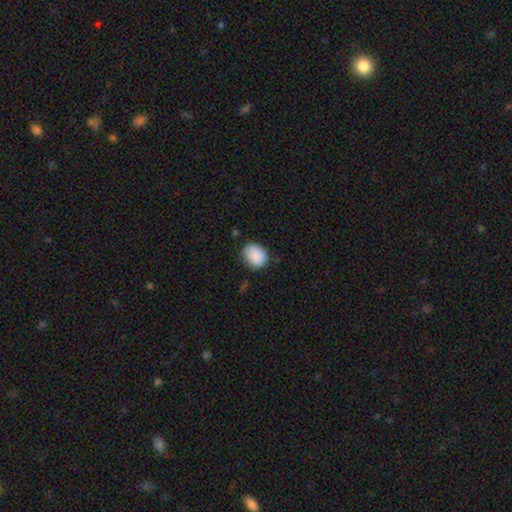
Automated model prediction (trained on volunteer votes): smooth-or-featured: smooth: 88% | star or artifact: 8% | featured or disk: 4%
  how-rounded: in between: 51% | round: 48% | cigar-shaped: 1%
  merging: none: 73% | minor disturbance: 21% | major disturbance: 4% | merger: 2%